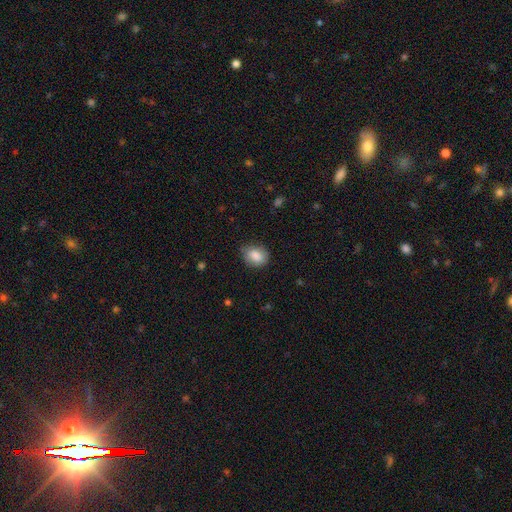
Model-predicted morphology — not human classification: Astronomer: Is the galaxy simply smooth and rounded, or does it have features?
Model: smooth — 84%.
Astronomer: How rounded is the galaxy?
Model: in between — 53% (runner-up: round, 46%).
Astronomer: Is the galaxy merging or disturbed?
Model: none — 69%.